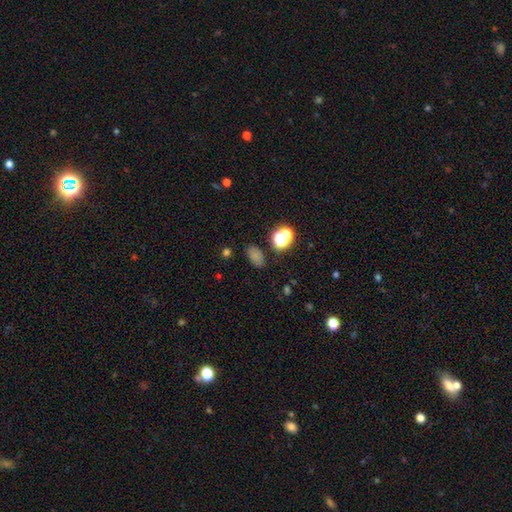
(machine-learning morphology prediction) smooth_or_featured: smooth (p=0.69) [alt: star or artifact p=0.23]
how_rounded: in between (p=0.82) [alt: round p=0.15]
merging: none (p=0.75) [alt: minor disturbance p=0.14]